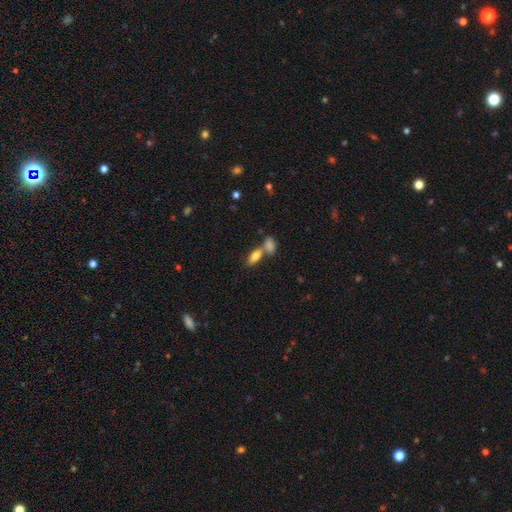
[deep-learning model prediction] The model was most divided on "merging": none: 44%, merger: 43%, minor disturbance: 9%, major disturbance: 3%. More confident: how rounded — in between (80%); smooth or featured — smooth (79%).